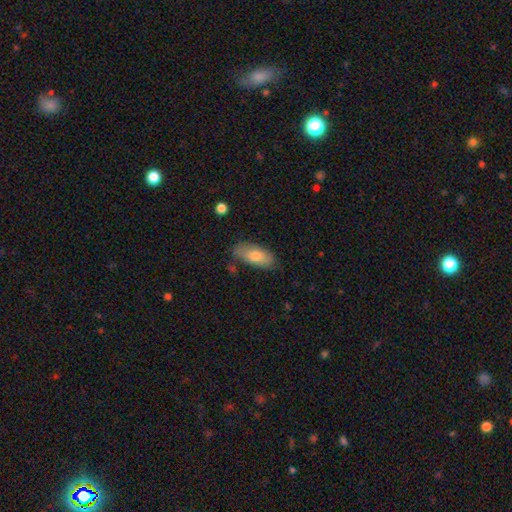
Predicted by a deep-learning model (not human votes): This appears to be a smooth galaxy with no disk features (78%) that is in between round and cigar-shaped (83%). Merging: none (74%).